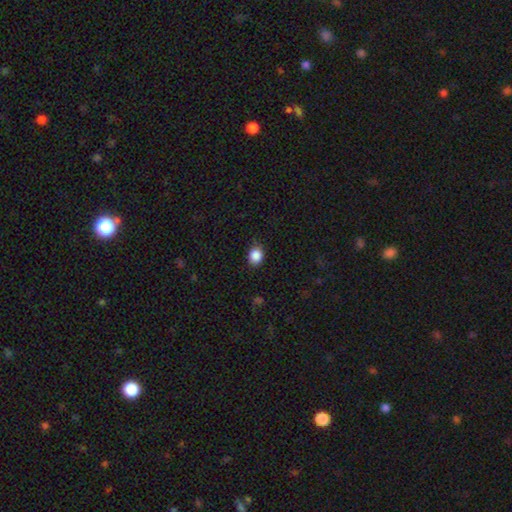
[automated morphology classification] A smooth galaxy with no disk features (87%) that is round (67%).

Vote fractions:
- Smooth or featured? smooth: 87% / star or artifact: 10% / featured or disk: 3%
- How rounded? round: 67% / in between: 32% / cigar-shaped: 1%
- Merging? none: 83% / minor disturbance: 13% / major disturbance: 3% / merger: 1%